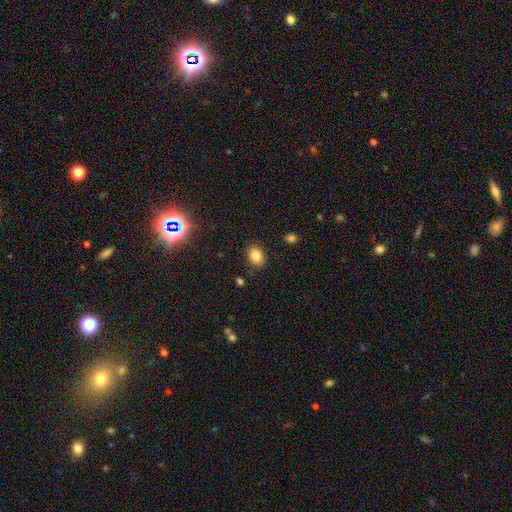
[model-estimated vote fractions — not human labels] This appears to be a smooth galaxy with no disk features (82%) that is in between round and cigar-shaped (54%). Merging: none (87%).